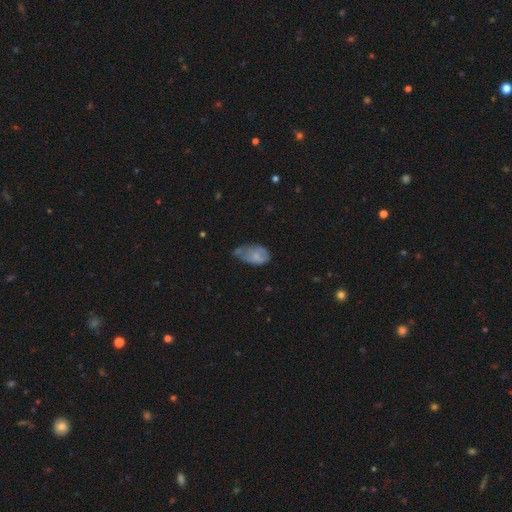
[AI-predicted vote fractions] Smooth or featured? Predicted: smooth (p=0.64). How rounded? Predicted: in between (p=0.90). Merging? Predicted: minor disturbance (p=0.41).